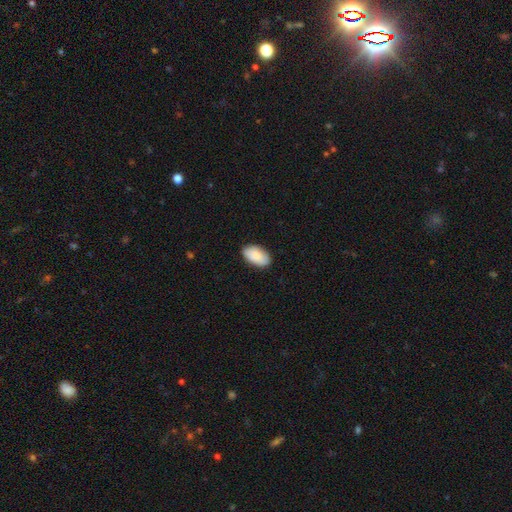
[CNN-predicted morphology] smooth 88%, featured or disk 6%, star or artifact 6%. Down the decision tree: how rounded — in between (95%); merging — none (87%).